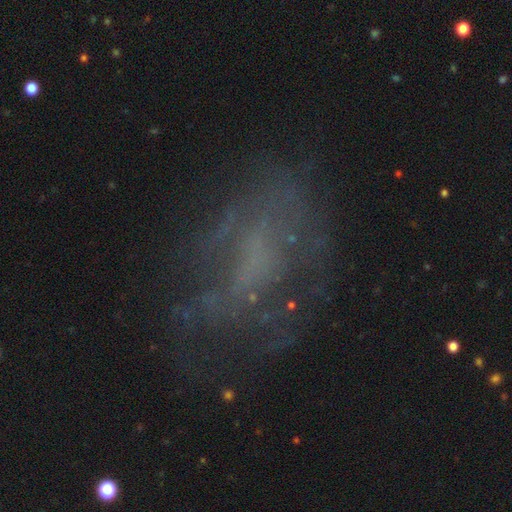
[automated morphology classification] This appears to be a featured or disk galaxy (48%). Merging: none (57%).